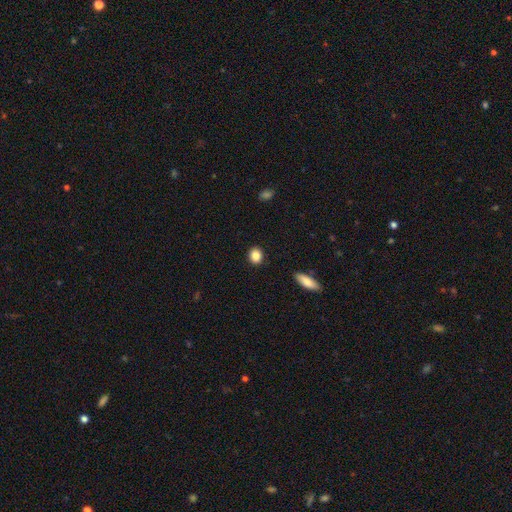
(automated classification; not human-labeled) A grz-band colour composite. It shows a smooth galaxy with no disk features (86%) that is round (63%). Merging: none (90%).